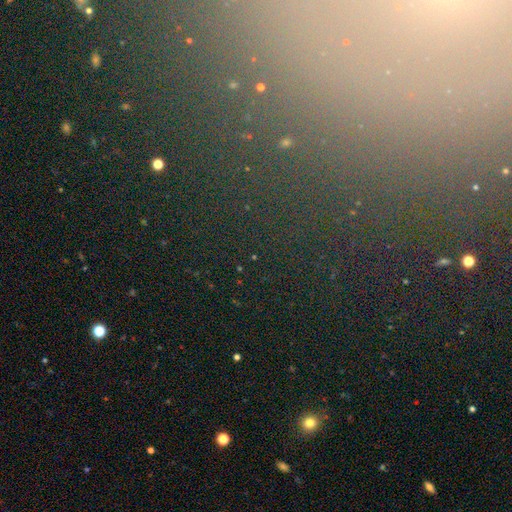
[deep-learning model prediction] A star or artifact, not a galaxy (72%).

Vote fractions:
- Smooth or featured? star or artifact: 72% / smooth: 17% / featured or disk: 12%